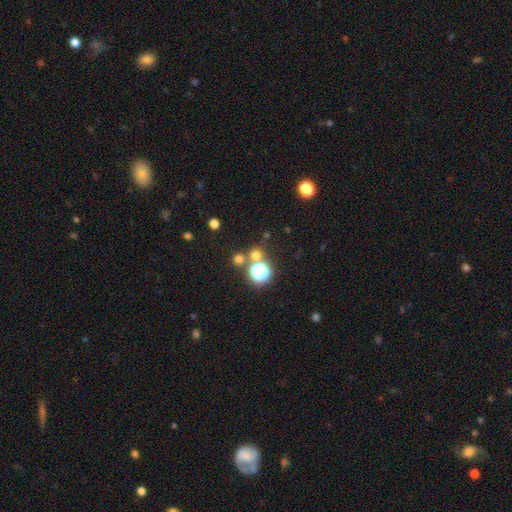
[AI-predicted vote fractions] smooth-or-featured: smooth: 61% | star or artifact: 31% | featured or disk: 7%
  how-rounded: round: 91% | in between: 8% | cigar-shaped: 1%
  merging: none: 71% | merger: 19% | minor disturbance: 6% | major disturbance: 3%